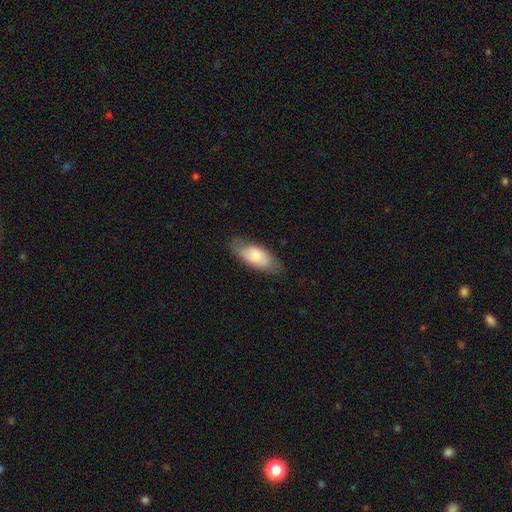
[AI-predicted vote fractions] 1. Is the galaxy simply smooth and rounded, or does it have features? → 69% smooth, 25% featured or disk, 6% star or artifact.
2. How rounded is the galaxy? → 85% in between, 13% cigar-shaped, 3% round.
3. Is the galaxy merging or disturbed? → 75% none, 19% minor disturbance, 5% major disturbance, 1% merger.